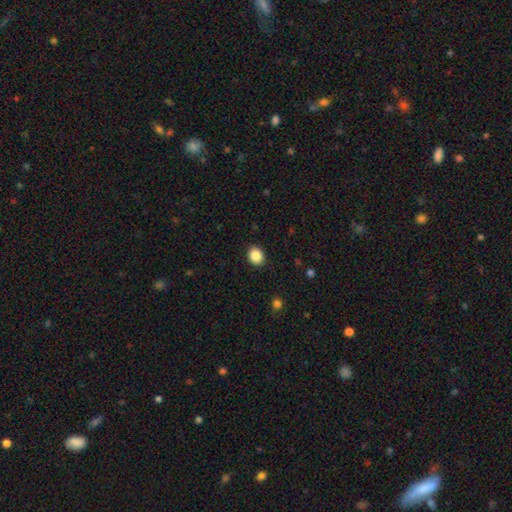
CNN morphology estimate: smooth-or-featured: smooth: 88% | star or artifact: 9% | featured or disk: 3%
  how-rounded: round: 64% | in between: 36% | cigar-shaped: 1%
  merging: none: 90% | minor disturbance: 7% | major disturbance: 2% | merger: 1%